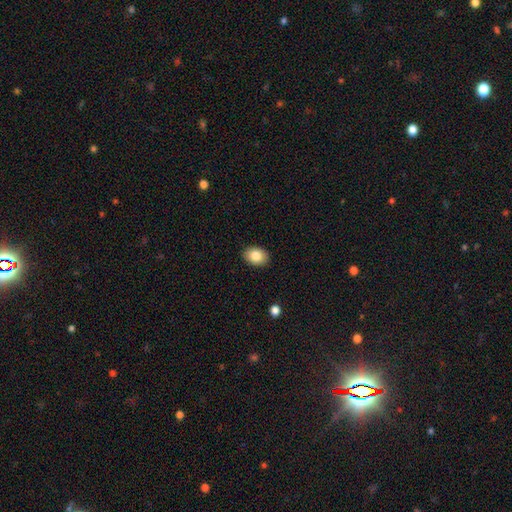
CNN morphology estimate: smooth 85%, star or artifact 8%, featured or disk 7%. Down the decision tree: how rounded — in between (75%); merging — none (89%).